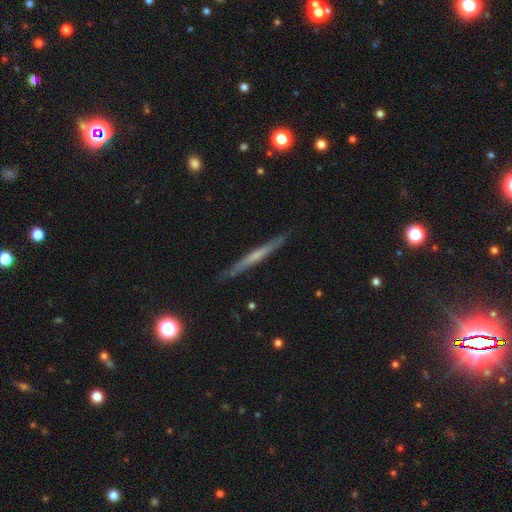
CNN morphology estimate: Smooth or featured: featured or disk — 59% (smooth — 35%)
Edge-on disk: yes — 97% (no — 3%)
Edge-on bulge: none — 66% (rounded — 26%)
Merging: none — 89% (minor disturbance — 8%)